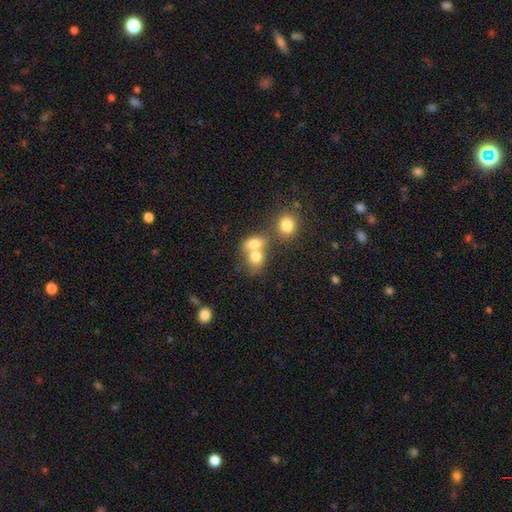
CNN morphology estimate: Overall: smooth (75%). How rounded: in between (50%; round 48%). Merging: merger (64%; none 25%).